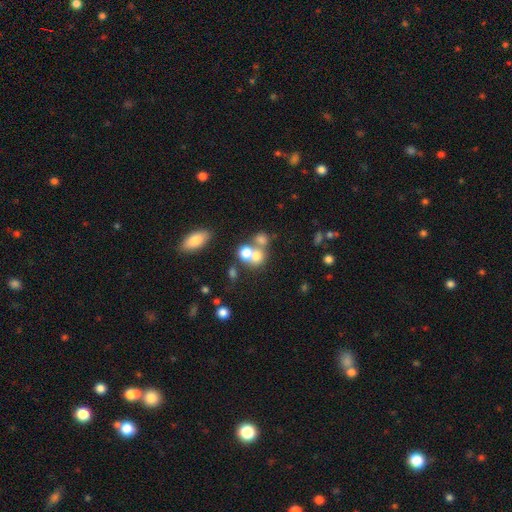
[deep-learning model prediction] A smooth galaxy with no disk features (68%) that is round (70%). Merging: merger (53%).